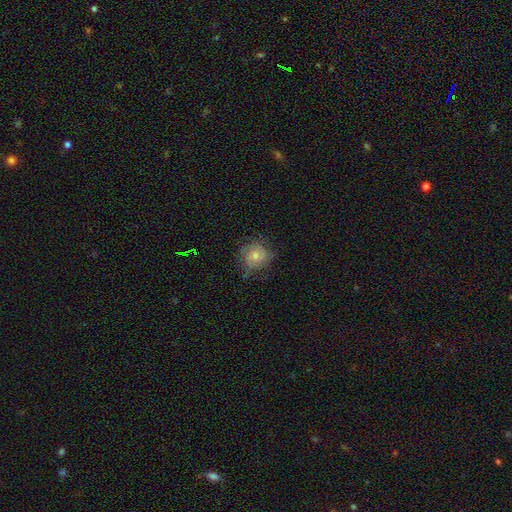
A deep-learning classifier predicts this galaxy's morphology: A featured or disk galaxy (48%).

Vote fractions:
- Smooth or featured? featured or disk: 48% / smooth: 42% / star or artifact: 9%
- Merging? none: 64% / minor disturbance: 24% / major disturbance: 10% / merger: 1%